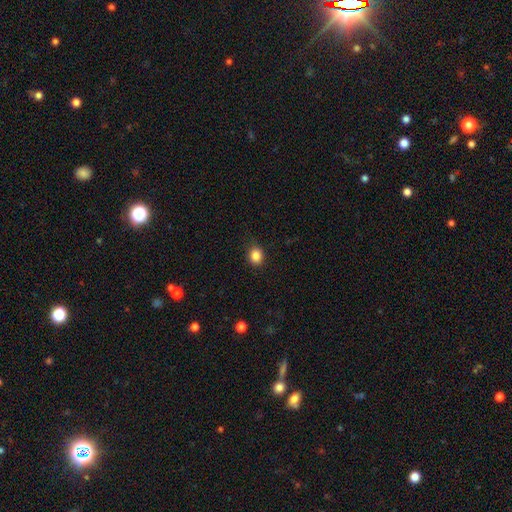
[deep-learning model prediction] Smooth or featured?
  - smooth: 86% *
  - star or artifact: 10%
  - featured or disk: 4%
How rounded?
  - round: 66% *
  - in between: 33%
  - cigar-shaped: 1%
Merging?
  - none: 86% *
  - minor disturbance: 10%
  - major disturbance: 2%
  - merger: 1%